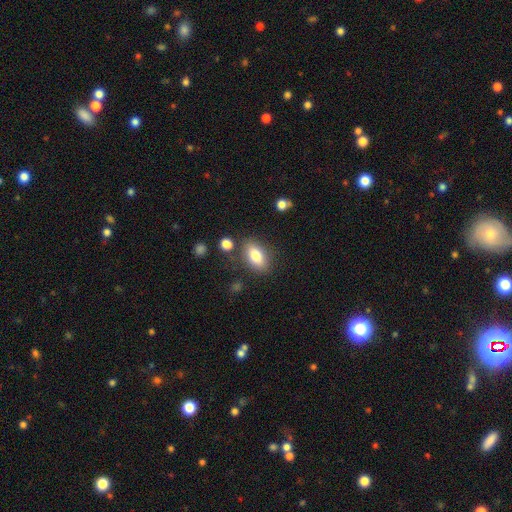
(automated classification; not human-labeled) A smooth galaxy with no disk features (80%) that is in between round and cigar-shaped (87%). Merging: none (79%).